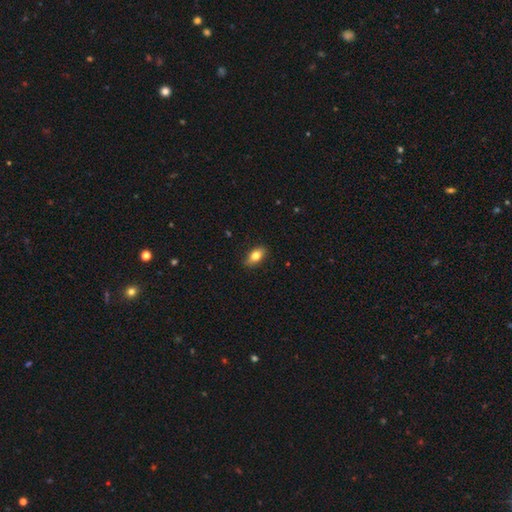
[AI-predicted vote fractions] Smooth or featured: smooth — 79% (featured or disk — 14%)
How rounded: in between — 86% (round — 7%)
Merging: none — 86% (minor disturbance — 11%)